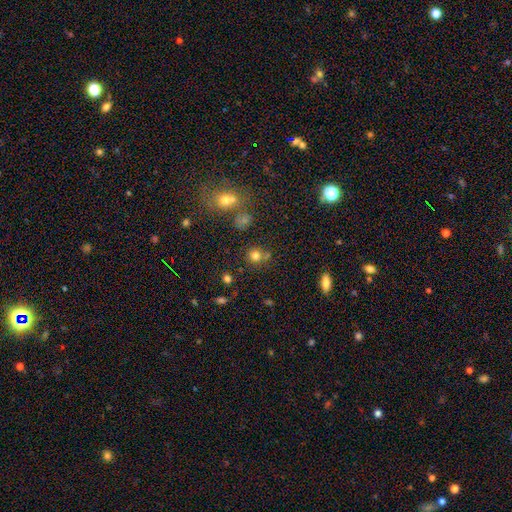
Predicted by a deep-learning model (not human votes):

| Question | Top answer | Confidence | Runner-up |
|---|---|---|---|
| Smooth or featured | smooth | 75% | star or artifact (17%) |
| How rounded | round | 89% | in between (10%) |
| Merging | none | 69% | merger (16%) |